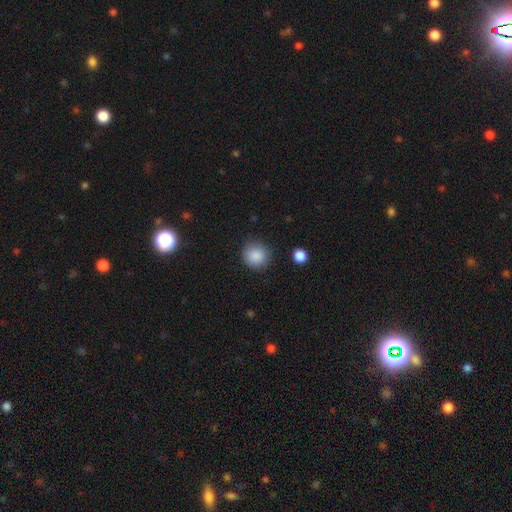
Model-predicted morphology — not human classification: Smooth or featured: smooth — 88% (star or artifact — 9%)
How rounded: round — 91% (in between — 8%)
Merging: none — 85% (minor disturbance — 10%)